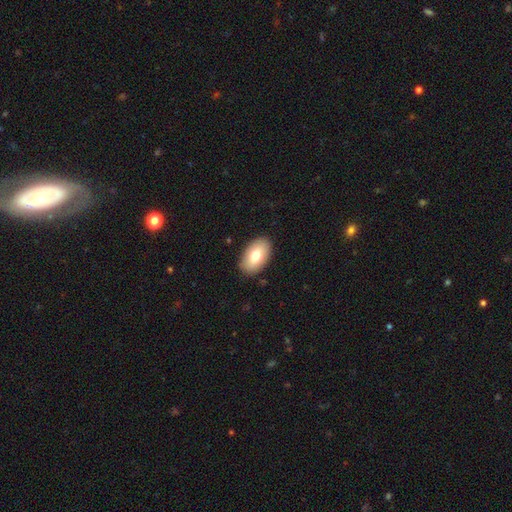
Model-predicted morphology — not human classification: type=smooth (76%); roundness=in between (94%); merging=none (88%).